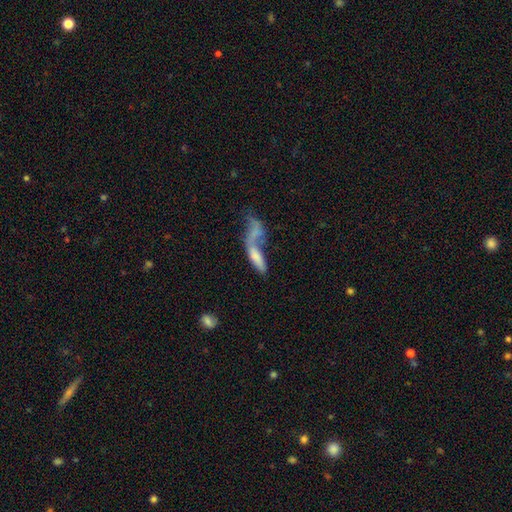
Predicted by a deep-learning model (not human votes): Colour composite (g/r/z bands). It shows a smooth galaxy with no disk features (60%) that is in between round and cigar-shaped (49%). Merging: merger (63%).